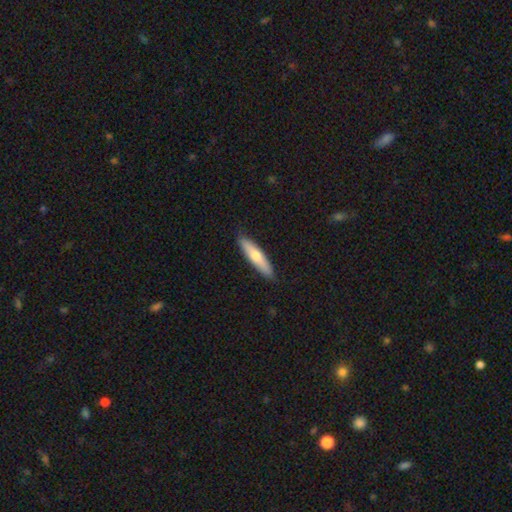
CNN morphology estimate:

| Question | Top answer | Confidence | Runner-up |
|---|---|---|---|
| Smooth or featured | smooth | 64% | featured or disk (31%) |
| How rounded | cigar-shaped | 79% | in between (19%) |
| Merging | none | 89% | minor disturbance (9%) |